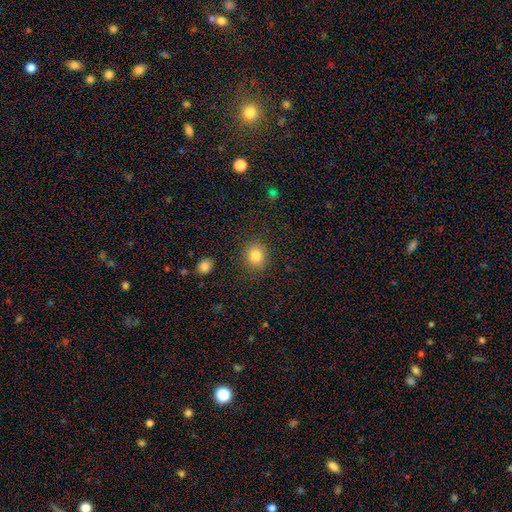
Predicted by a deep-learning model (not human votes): A smooth galaxy with no disk features (84%) that is round (71%). Merging: none (84%).